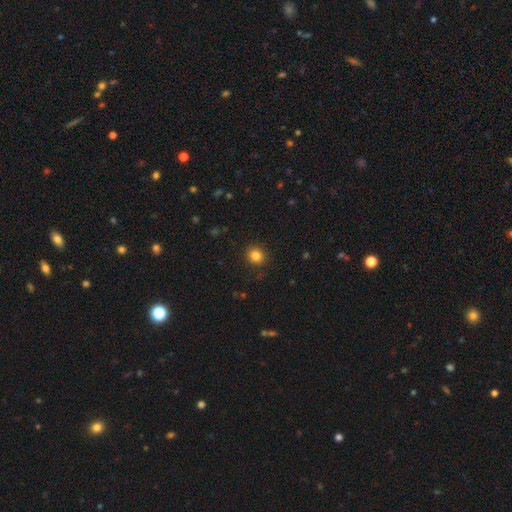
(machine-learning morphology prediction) Smooth or featured?
  - smooth: 83% *
  - star or artifact: 11%
  - featured or disk: 5%
How rounded?
  - round: 84% *
  - in between: 15%
  - cigar-shaped: 1%
Merging?
  - none: 90% *
  - minor disturbance: 7%
  - major disturbance: 2%
  - merger: 1%